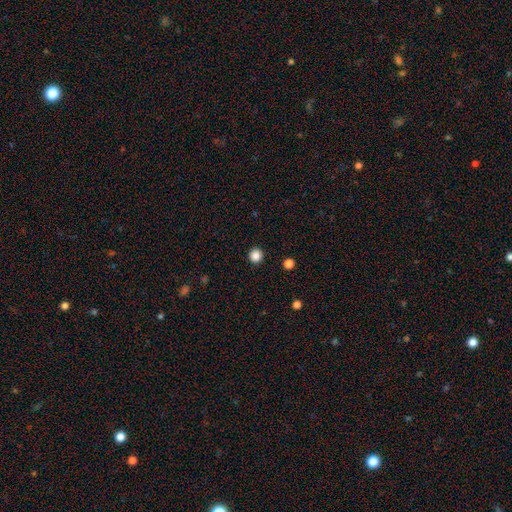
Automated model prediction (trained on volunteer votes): This appears to be a smooth galaxy with no disk features (86%) that is round (92%). Merging: none (92%).